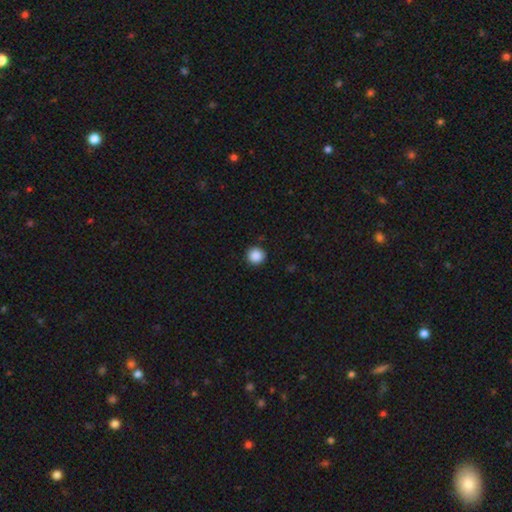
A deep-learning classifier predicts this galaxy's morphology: Smooth or featured? Predicted: smooth (p=0.88). How rounded? Predicted: round (p=0.96). Merging? Predicted: none (p=0.92).